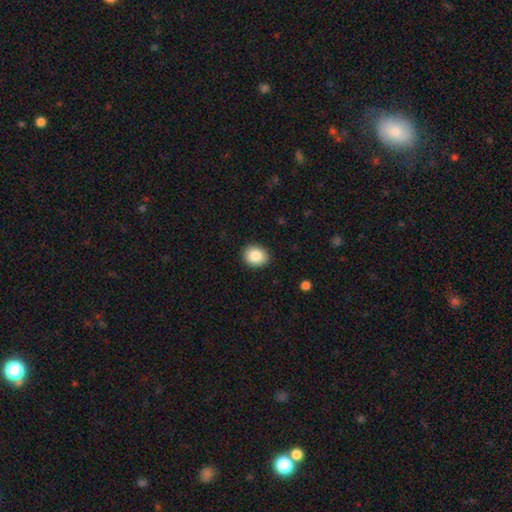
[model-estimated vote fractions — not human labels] This is clearly a smooth galaxy (85%). How rounded: likely round (70%). Merging: clearly none (90%).